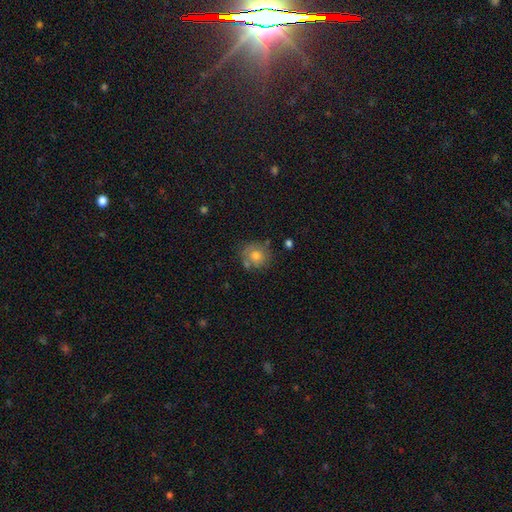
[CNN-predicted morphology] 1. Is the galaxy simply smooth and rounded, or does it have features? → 68% smooth, 21% featured or disk, 11% star or artifact.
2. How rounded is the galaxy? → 86% round, 13% in between, 1% cigar-shaped.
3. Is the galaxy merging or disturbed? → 68% none, 18% minor disturbance, 8% merger, 5% major disturbance.